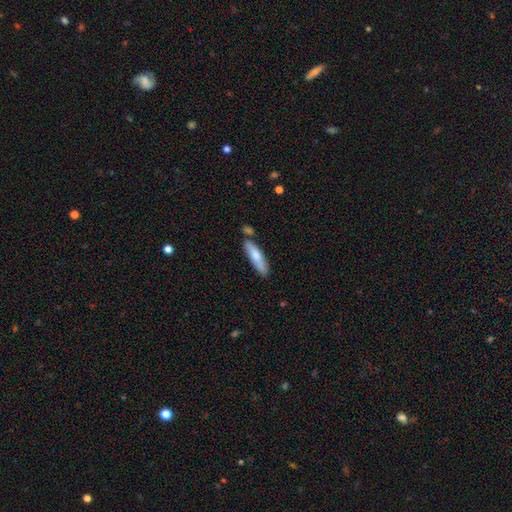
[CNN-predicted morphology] Overall: smooth (70%). How rounded: cigar-shaped (73%). Merging: none (73%).